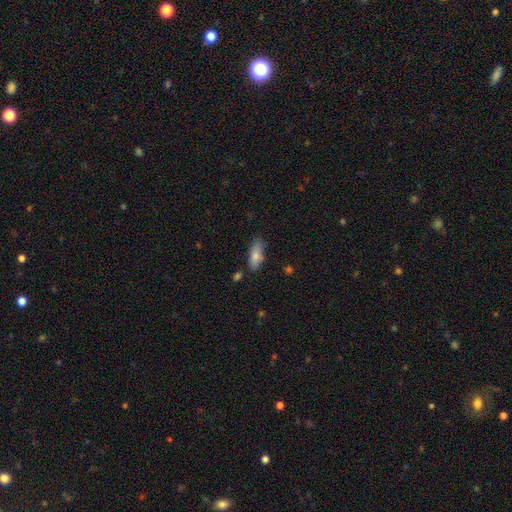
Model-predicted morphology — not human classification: The model was most divided on "how rounded": in between: 73%, cigar-shaped: 25%, round: 2%. More confident: smooth or featured — smooth (81%); merging — none (76%).